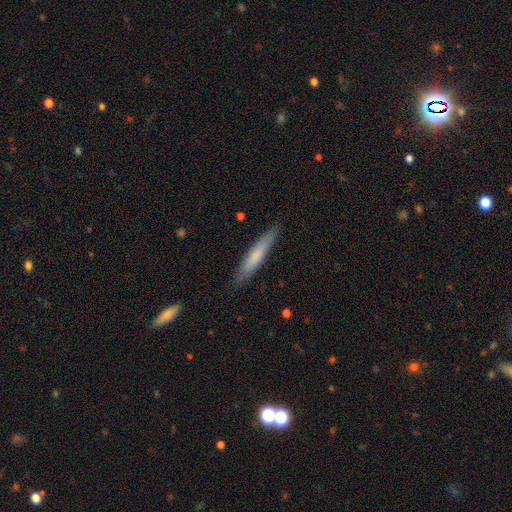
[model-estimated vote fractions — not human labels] The model was most divided on "smooth or featured": smooth: 69%, featured or disk: 25%, star or artifact: 6%. More confident: how rounded — cigar-shaped (92%); merging — none (88%).